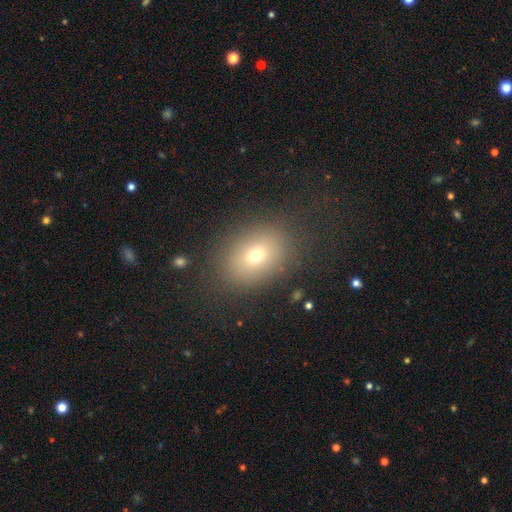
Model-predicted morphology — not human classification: Smooth or featured? smooth (69%)
How rounded? in between (64%)
Merging? none (81%)